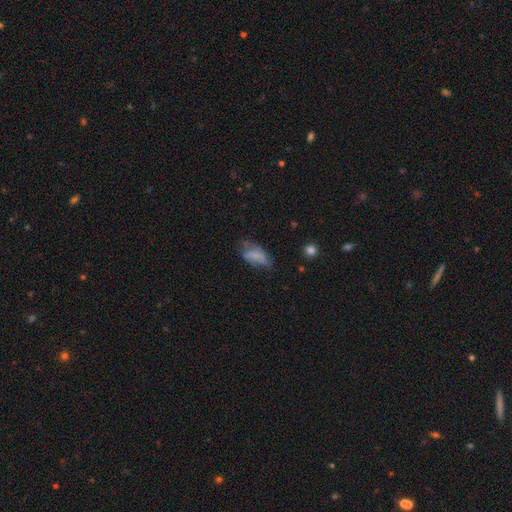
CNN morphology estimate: The model was most divided on "merging": none: 39%, minor disturbance: 34%, major disturbance: 23%, merger: 3%. More confident: how rounded — in between (89%); smooth or featured — smooth (58%).